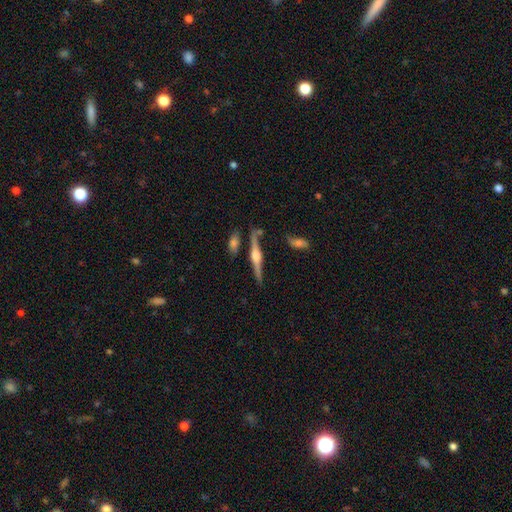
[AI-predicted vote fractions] The model was most divided on "smooth or featured": featured or disk: 82%, smooth: 12%, star or artifact: 5%. More confident: edge-on disk — yes (98%); edge-on bulge — rounded (90%); merging — none (82%).